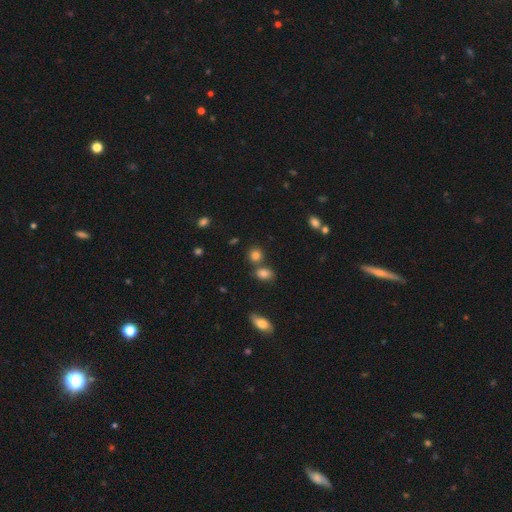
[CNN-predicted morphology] Smooth or featured?
  - smooth: 81% *
  - star or artifact: 13%
  - featured or disk: 6%
How rounded?
  - round: 73% *
  - in between: 26%
  - cigar-shaped: 2%
Merging?
  - none: 64% *
  - merger: 23%
  - minor disturbance: 9%
  - major disturbance: 3%